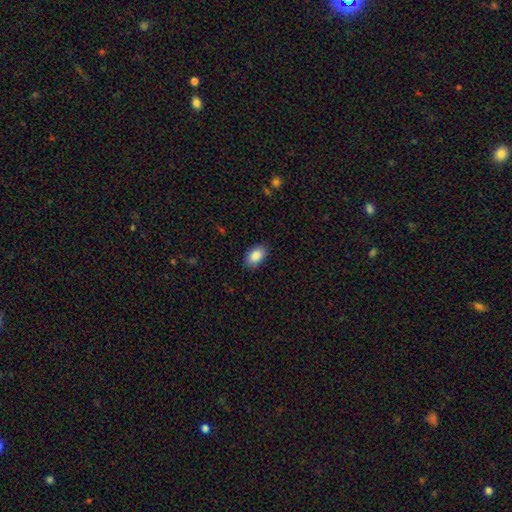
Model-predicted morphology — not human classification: A smooth galaxy with no disk features (89%) that is in between round and cigar-shaped (92%).

Vote fractions:
- Smooth or featured? smooth: 89% / star or artifact: 7% / featured or disk: 5%
- How rounded? in between: 92% / round: 6% / cigar-shaped: 1%
- Merging? none: 86% / minor disturbance: 10% / major disturbance: 2% / merger: 1%